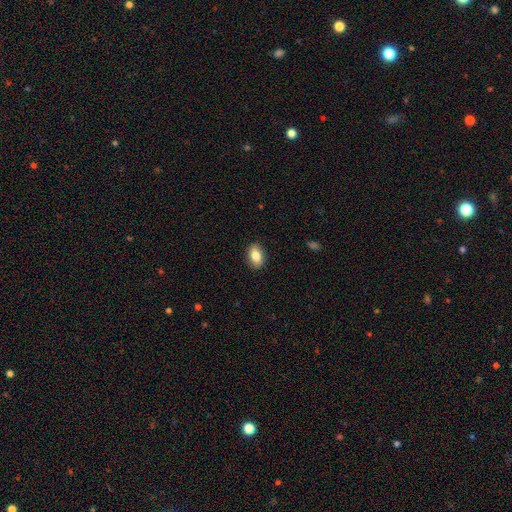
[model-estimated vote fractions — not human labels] smooth-or-featured: smooth: 80% | featured or disk: 12% | star or artifact: 8%
  how-rounded: in between: 85% | round: 12% | cigar-shaped: 3%
  merging: none: 88% | minor disturbance: 9% | major disturbance: 2% | merger: 1%